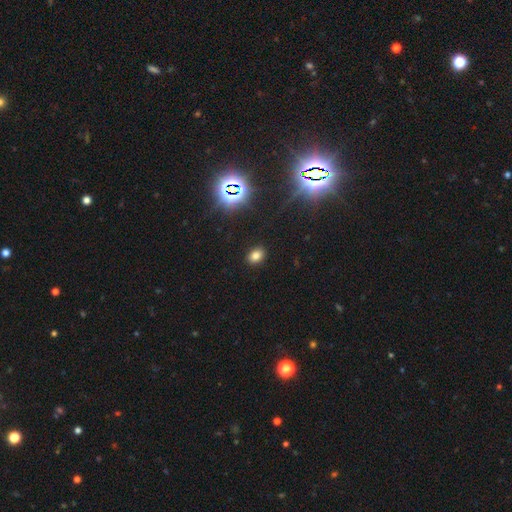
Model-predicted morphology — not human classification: smooth_or_featured: smooth (p=0.75) [alt: star or artifact p=0.19]
how_rounded: in between (p=0.76) [alt: round p=0.23]
merging: none (p=0.89) [alt: minor disturbance p=0.08]